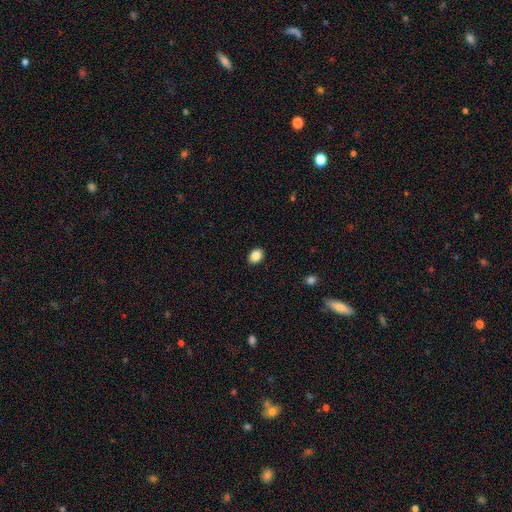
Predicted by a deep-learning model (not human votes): This appears to be a smooth galaxy with no disk features (86%) that is in between round and cigar-shaped (61%). Merging: none (90%).